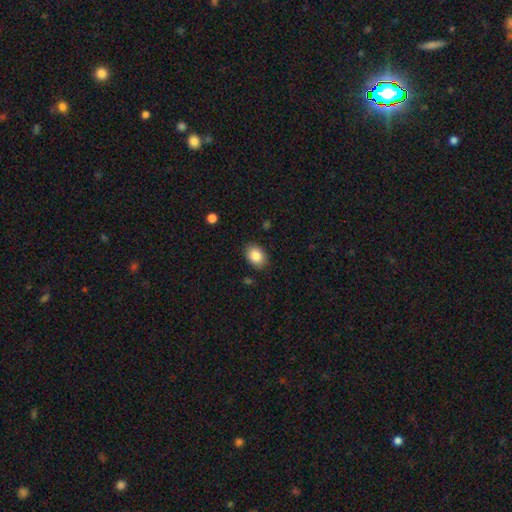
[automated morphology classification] Q: Smooth or featured?
A: smooth (85%); runner-up: star or artifact (8%)
Q: How rounded?
A: in between (73%); runner-up: round (26%)
Q: Merging?
A: none (86%); runner-up: minor disturbance (10%)